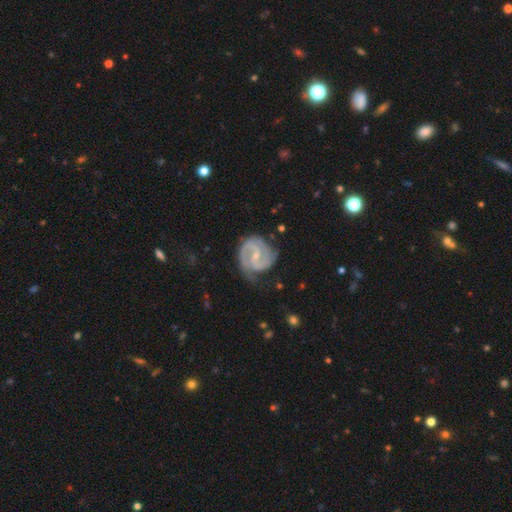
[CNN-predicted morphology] Overall: featured or disk (89%). Edge-on disk: no (98%). Bar: weak (54%; no 27%). Spiral arms: yes (97%). Spiral arm count: 2 (76%). Spiral winding: tight (46%; medium 45%). Bulge size: small (68%). Merging: none (63%; minor disturbance 25%).